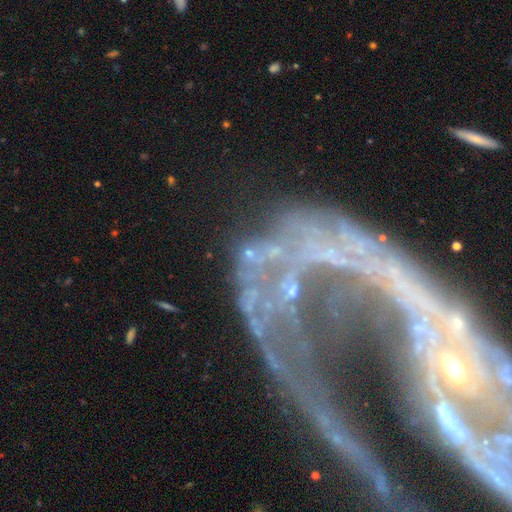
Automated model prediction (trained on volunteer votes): Smooth or featured: featured or disk — 54% (star or artifact — 30%)
Edge-on disk: no — 91% (yes — 9%)
Merging: none — 50% (major disturbance — 23%)